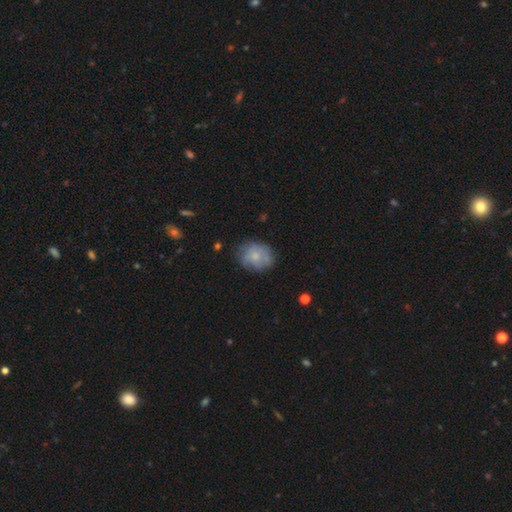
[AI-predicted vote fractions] The model was most divided on "smooth or featured": smooth: 55%, featured or disk: 36%, star or artifact: 9%. More confident: merging — none (66%); how rounded — round (62%).